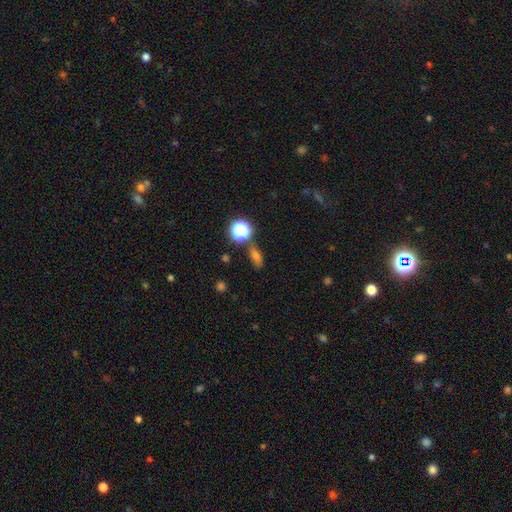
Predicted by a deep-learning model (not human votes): This is likely a smooth galaxy (60%). How rounded: possibly in between (59%). Merging: likely none (78%).